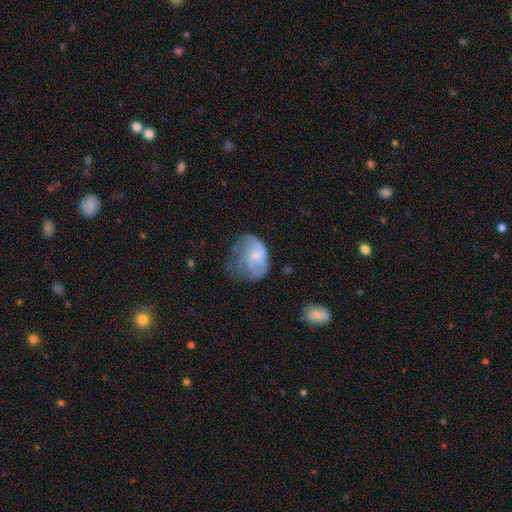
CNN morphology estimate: Smooth or featured? Predicted: featured or disk (p=0.47). Merging? Predicted: major disturbance (p=0.40).